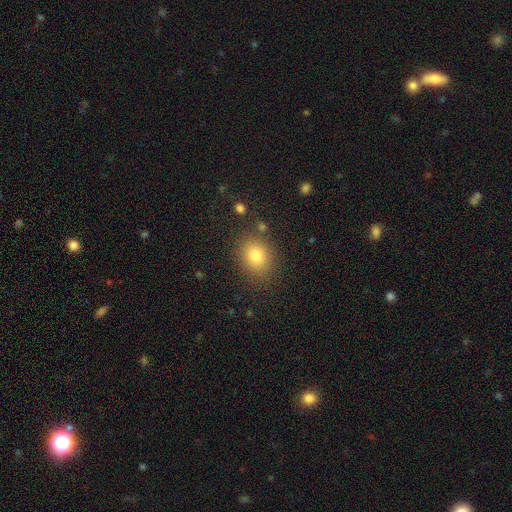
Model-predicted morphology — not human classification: Smooth or featured? Predicted: smooth (p=0.79). How rounded? Predicted: round (p=0.50). Merging? Predicted: none (p=0.83).